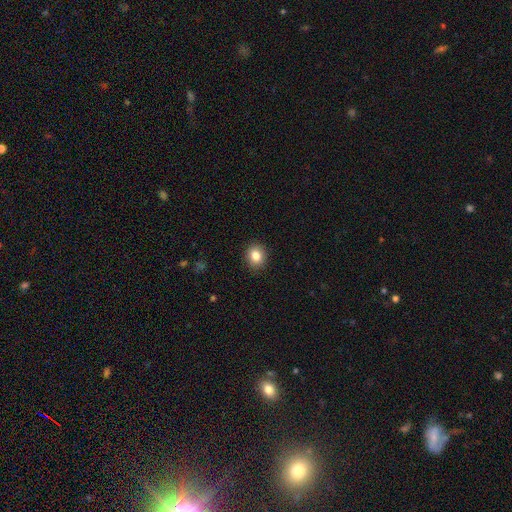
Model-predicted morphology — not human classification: Q: Smooth or featured?
A: smooth (84%); runner-up: star or artifact (10%)
Q: How rounded?
A: round (70%); runner-up: in between (29%)
Q: Merging?
A: none (90%); runner-up: minor disturbance (7%)